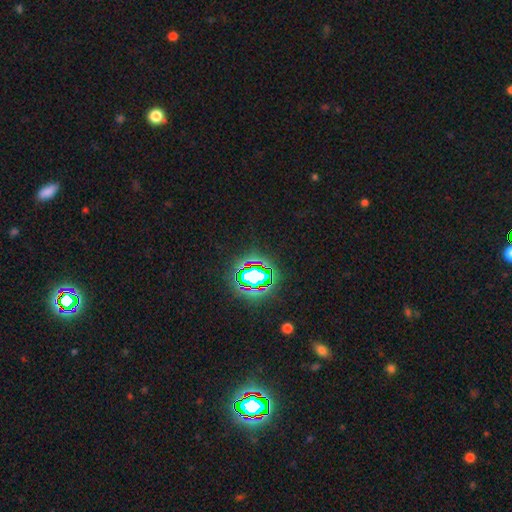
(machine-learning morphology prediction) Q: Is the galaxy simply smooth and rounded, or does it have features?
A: star or artifact — 81%.